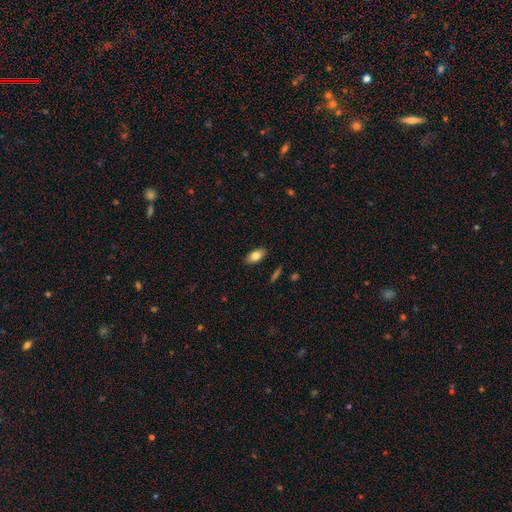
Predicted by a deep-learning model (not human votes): A smooth galaxy with no disk features (79%) that is in between round and cigar-shaped (90%).

Vote fractions:
- Smooth or featured? smooth: 79% / featured or disk: 14% / star or artifact: 7%
- How rounded? in between: 90% / cigar-shaped: 6% / round: 4%
- Merging? none: 88% / minor disturbance: 9% / major disturbance: 2% / merger: 1%